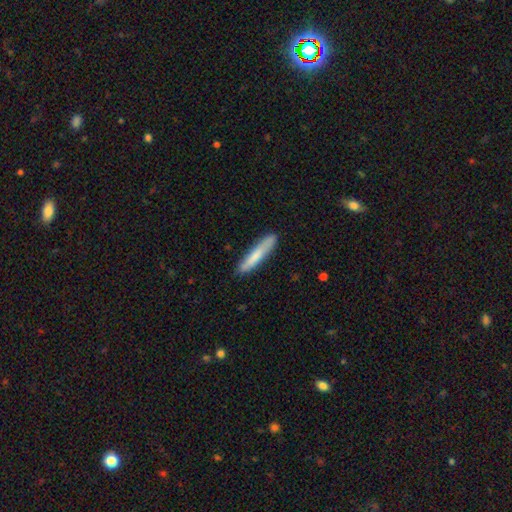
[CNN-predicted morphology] Smooth or featured? smooth (74%)
How rounded? cigar-shaped (92%)
Merging? none (85%)